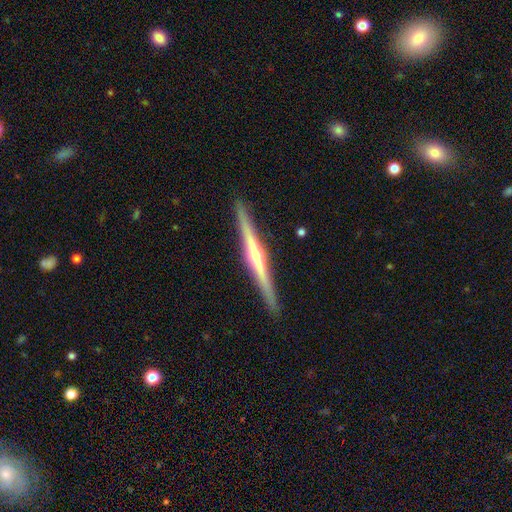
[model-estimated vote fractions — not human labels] The model was most divided on "smooth or featured": featured or disk: 81%, smooth: 14%, star or artifact: 5%. More confident: edge-on disk — yes (98%); merging — none (92%); edge-on bulge — rounded (85%).